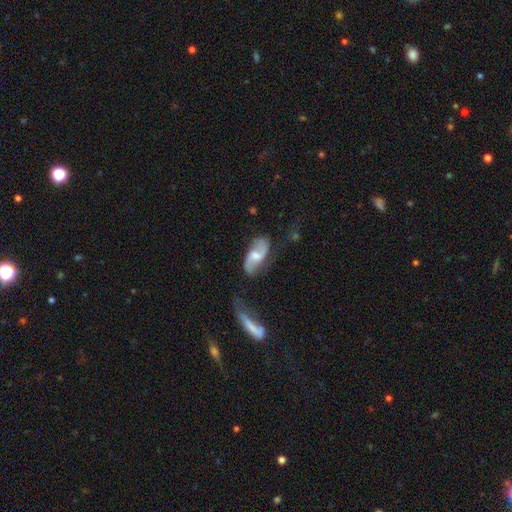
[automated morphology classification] smooth_or_featured: featured or disk (p=0.75) [alt: smooth p=0.19]
disk_edge_on: no (p=0.95) [alt: yes p=0.05]
bar: weak (p=0.49) [alt: no p=0.39]
has_spiral_arms: yes (p=0.92) [alt: no p=0.08]
spiral_winding: loose (p=0.60) [alt: medium p=0.31]
spiral_arm_count: 2 (p=0.90) [alt: can't tell p=0.05]
bulge_size: moderate (p=0.55) [alt: small p=0.29]
merging: none (p=0.65) [alt: minor disturbance p=0.20]